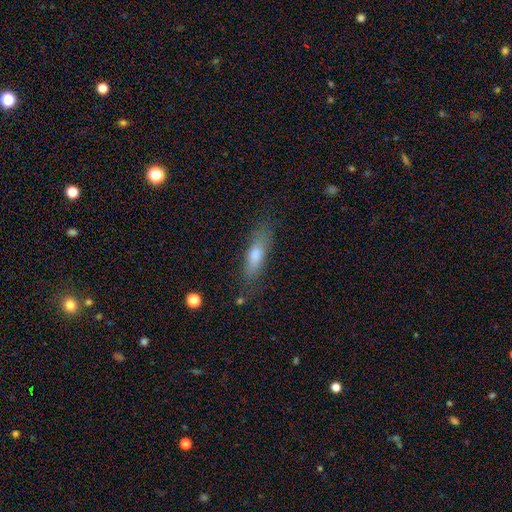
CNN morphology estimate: This is likely a smooth galaxy (69%). How rounded: possibly cigar-shaped (55%). Merging: likely none (74%).